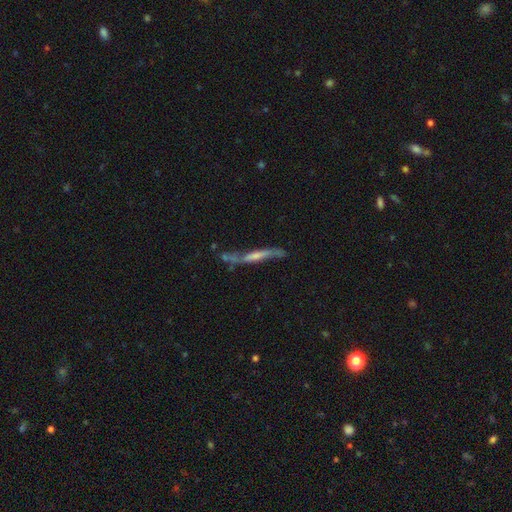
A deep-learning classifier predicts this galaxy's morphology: Smooth or featured: featured or disk — 66% (smooth — 26%)
Edge-on disk: yes — 71% (no — 29%)
Merging: none — 53% (minor disturbance — 25%)